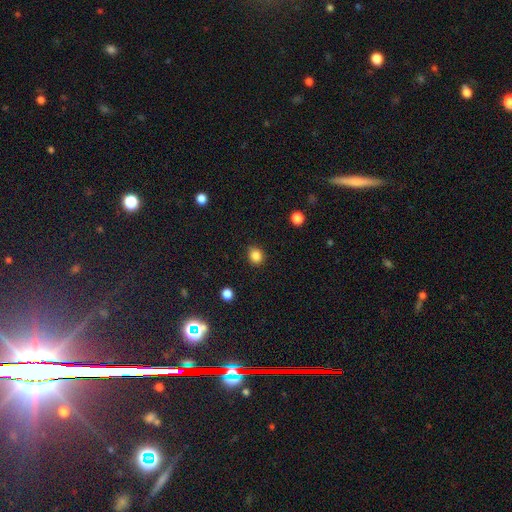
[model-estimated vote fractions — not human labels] The model was most divided on "how rounded": round: 70%, in between: 29%, cigar-shaped: 1%. More confident: merging — none (87%); smooth or featured — smooth (85%).